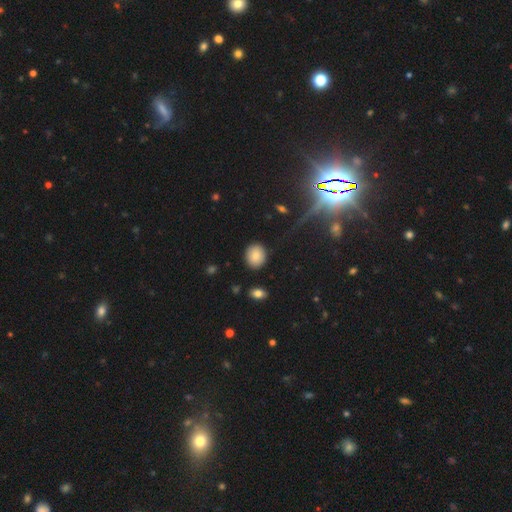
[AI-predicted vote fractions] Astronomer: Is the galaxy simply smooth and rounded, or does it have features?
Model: smooth — 83%.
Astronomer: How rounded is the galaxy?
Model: round — 69%.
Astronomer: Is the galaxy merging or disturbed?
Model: none — 89%.